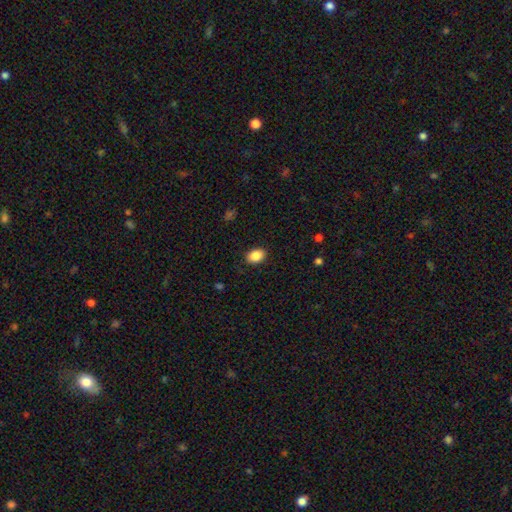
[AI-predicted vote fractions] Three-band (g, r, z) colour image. It shows a smooth galaxy with no disk features (88%) that is in between round and cigar-shaped (77%). Merging: none (87%).